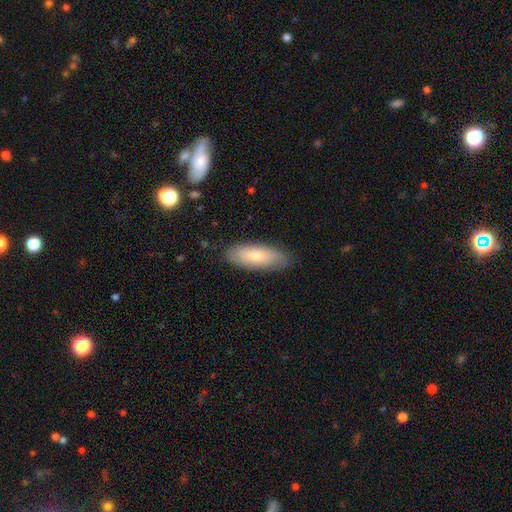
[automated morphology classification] A smooth galaxy with no disk features (73%) that is in between round and cigar-shaped (70%). Merging: none (81%).